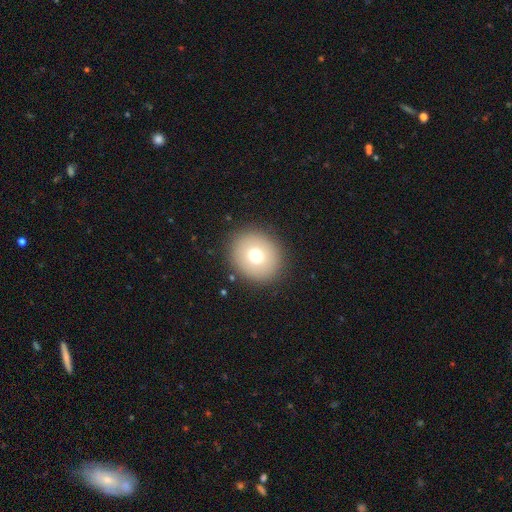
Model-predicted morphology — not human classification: This is likely a smooth galaxy (71%). How rounded: clearly round (83%). Merging: clearly none (89%).